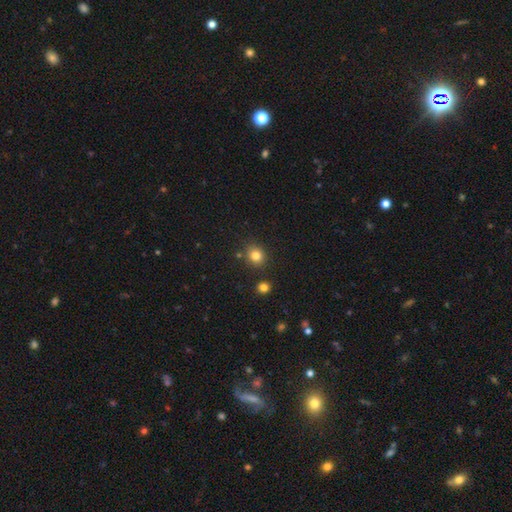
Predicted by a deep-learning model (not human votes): Smooth or featured? Predicted: smooth (p=0.82). How rounded? Predicted: round (p=0.80). Merging? Predicted: none (p=0.84).